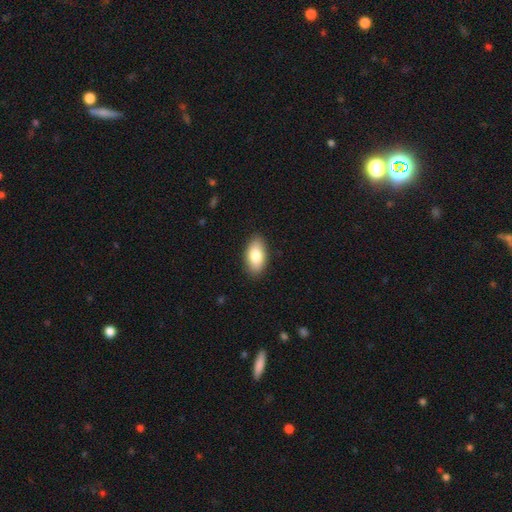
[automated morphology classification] Q: Smooth or featured?
A: smooth (82%); runner-up: featured or disk (12%)
Q: How rounded?
A: in between (94%); runner-up: round (3%)
Q: Merging?
A: none (89%); runner-up: minor disturbance (9%)